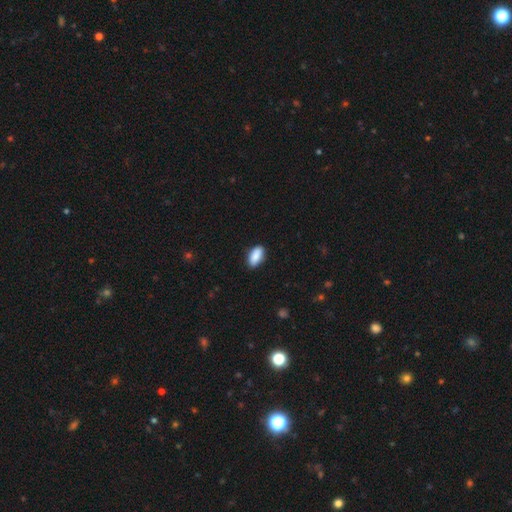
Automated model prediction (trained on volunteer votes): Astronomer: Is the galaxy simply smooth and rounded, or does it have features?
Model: smooth — 89%.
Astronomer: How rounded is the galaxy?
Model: in between — 92%.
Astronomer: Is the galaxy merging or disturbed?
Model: none — 85%.